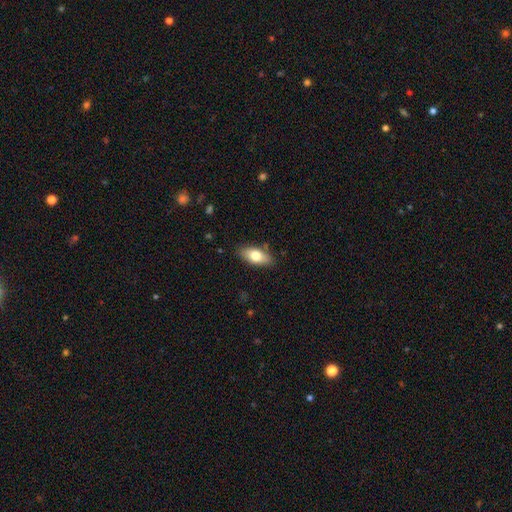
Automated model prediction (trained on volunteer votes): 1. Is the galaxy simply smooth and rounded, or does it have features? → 75% smooth, 18% featured or disk, 7% star or artifact.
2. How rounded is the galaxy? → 86% in between, 10% cigar-shaped, 3% round.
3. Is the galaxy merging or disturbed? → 84% none, 12% minor disturbance, 2% major disturbance, 2% merger.